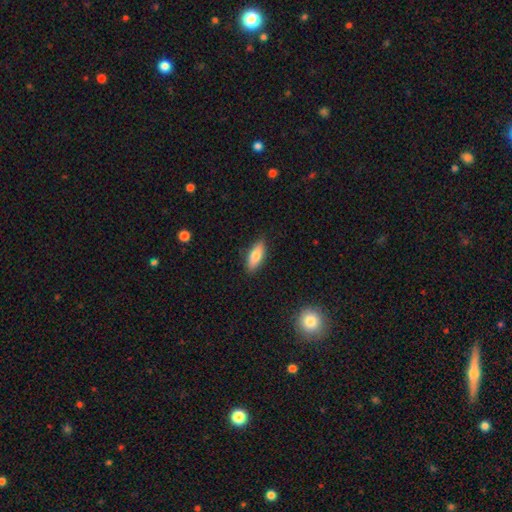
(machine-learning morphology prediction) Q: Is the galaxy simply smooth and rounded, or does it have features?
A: smooth — 79%.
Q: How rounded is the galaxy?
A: in between — 71%.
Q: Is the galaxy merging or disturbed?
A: none — 86%.